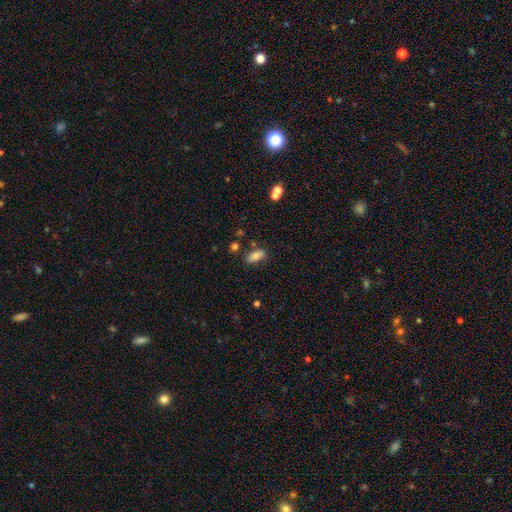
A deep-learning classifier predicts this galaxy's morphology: A smooth galaxy with no disk features (78%) that is in between round and cigar-shaped (84%).

Vote fractions:
- Smooth or featured? smooth: 78% / featured or disk: 12% / star or artifact: 9%
- How rounded? in between: 84% / cigar-shaped: 12% / round: 4%
- Merging? none: 76% / minor disturbance: 14% / merger: 7% / major disturbance: 4%